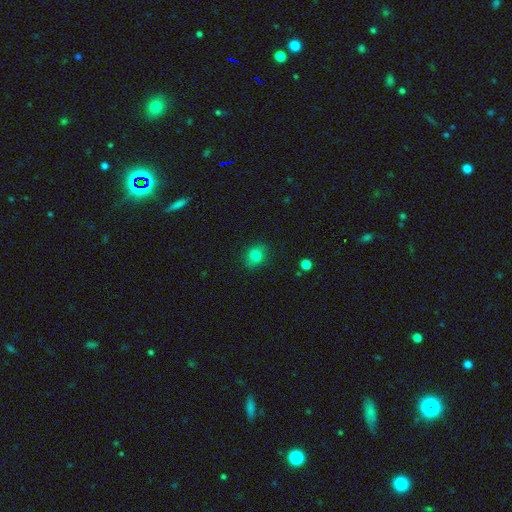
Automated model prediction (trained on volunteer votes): This appears to be a smooth galaxy with no disk features (80%) that is round (65%). Merging: none (83%).